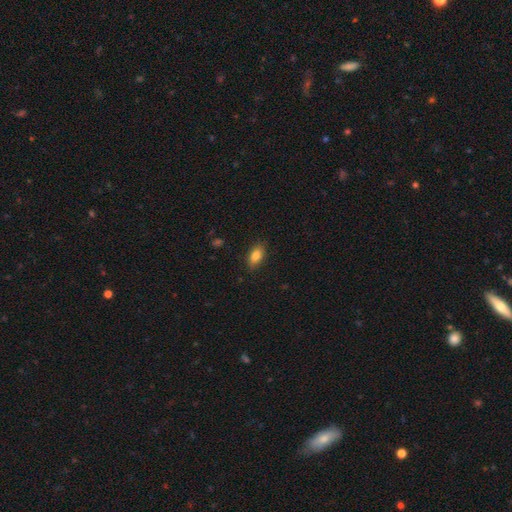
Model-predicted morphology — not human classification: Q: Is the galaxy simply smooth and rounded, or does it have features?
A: smooth — 83%.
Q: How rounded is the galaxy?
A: in between — 87%.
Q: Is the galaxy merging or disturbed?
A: none — 83%.